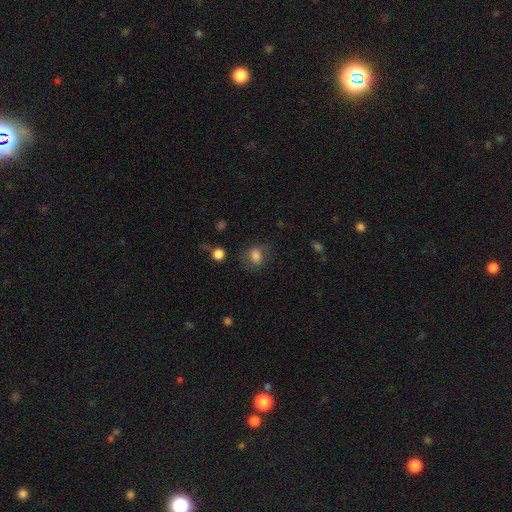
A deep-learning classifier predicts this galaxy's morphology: smooth 79%, star or artifact 11%, featured or disk 10%. Down the decision tree: how rounded — in between (53%); merging — none (64%).